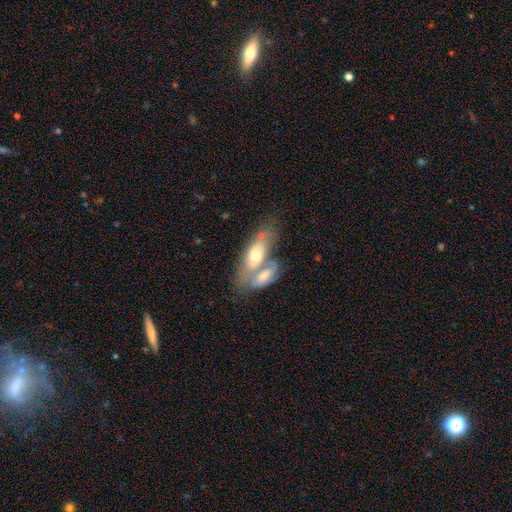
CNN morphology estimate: This is possibly a smooth galaxy (54%). How rounded: likely in between (77%). Merging: likely merger (61%).